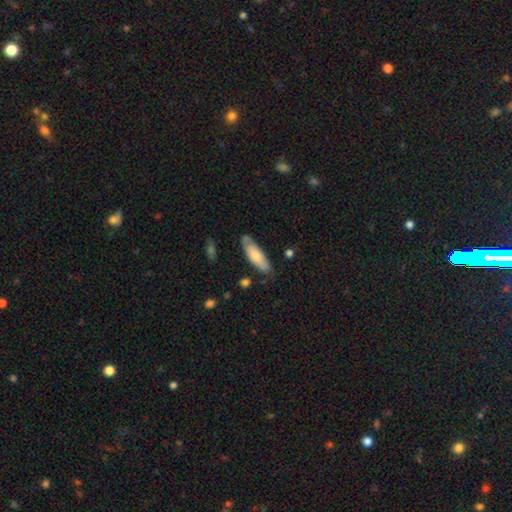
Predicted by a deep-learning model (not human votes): Morphology: type=smooth (69%); roundness=cigar-shaped (51%); merging=none (77%).